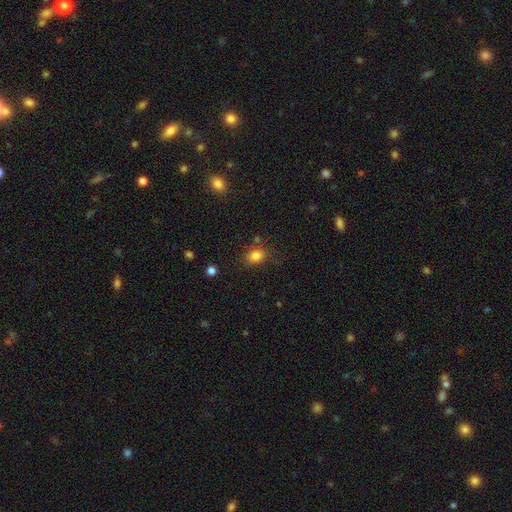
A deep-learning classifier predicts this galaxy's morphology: The model was most divided on "how rounded": in between: 59%, round: 40%, cigar-shaped: 1%. More confident: smooth or featured — smooth (83%); merging — none (74%).